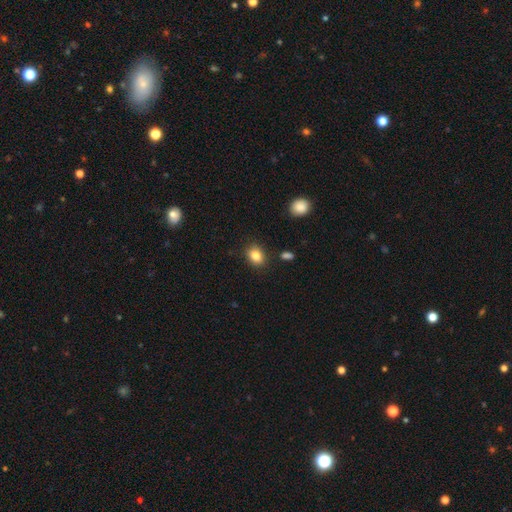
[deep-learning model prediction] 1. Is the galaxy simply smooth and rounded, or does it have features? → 84% smooth, 10% star or artifact, 7% featured or disk.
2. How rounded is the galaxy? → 59% in between, 40% round, 1% cigar-shaped.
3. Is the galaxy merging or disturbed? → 86% none, 9% minor disturbance, 2% major disturbance, 2% merger.